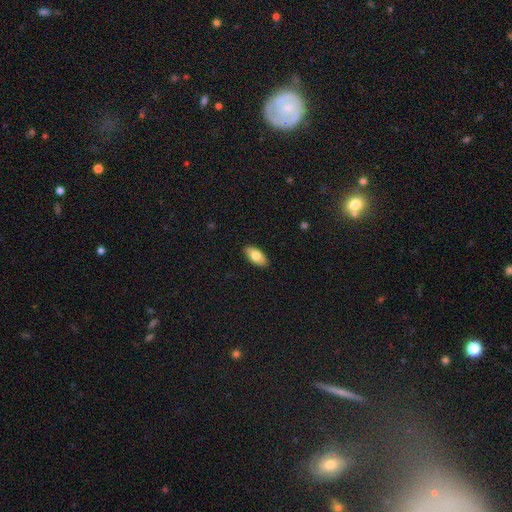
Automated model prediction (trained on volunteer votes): Smooth or featured?
  - smooth: 78% *
  - featured or disk: 16%
  - star or artifact: 6%
How rounded?
  - in between: 91% *
  - cigar-shaped: 6%
  - round: 2%
Merging?
  - none: 90% *
  - minor disturbance: 8%
  - major disturbance: 2%
  - merger: 1%